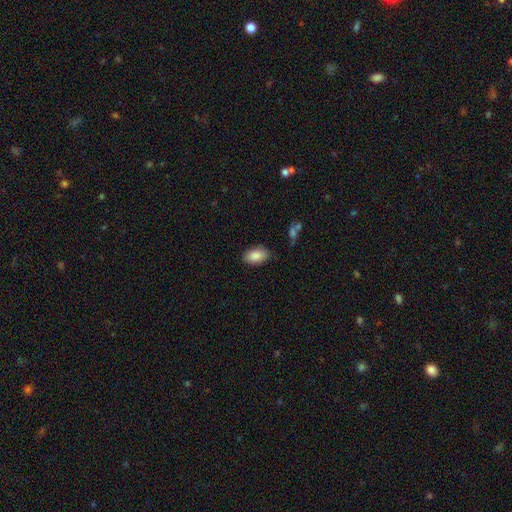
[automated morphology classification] The model was most divided on "merging": none: 84%, minor disturbance: 12%, major disturbance: 3%, merger: 2%. More confident: how rounded — in between (93%); smooth or featured — smooth (87%).